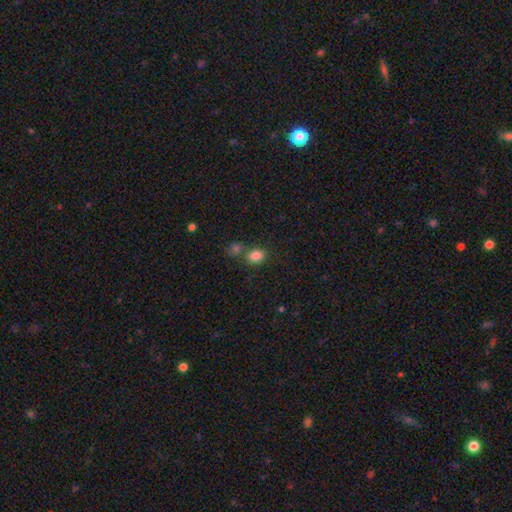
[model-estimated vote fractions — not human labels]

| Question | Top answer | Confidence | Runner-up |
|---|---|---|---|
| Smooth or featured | smooth | 84% | star or artifact (11%) |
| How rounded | in between | 61% | round (38%) |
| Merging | none | 62% | merger (23%) |